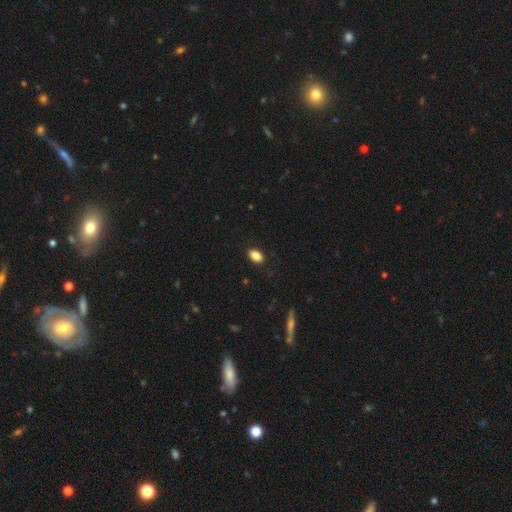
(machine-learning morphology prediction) This is clearly a smooth galaxy (88%). How rounded: clearly in between (90%). Merging: clearly none (88%).